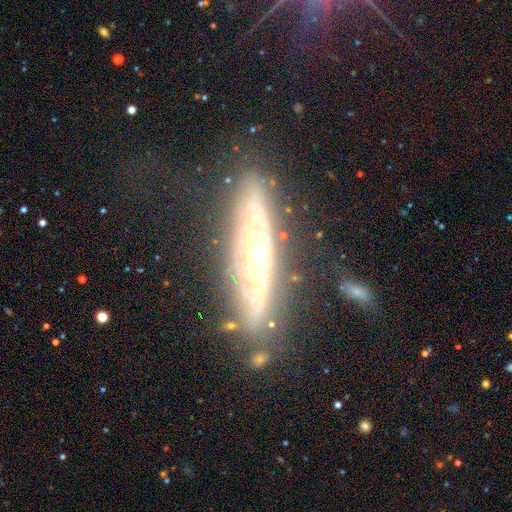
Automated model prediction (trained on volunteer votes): featured or disk 80%, smooth 14%, star or artifact 7%. Down the decision tree: edge-on disk — no (54%); merging — none (77%).